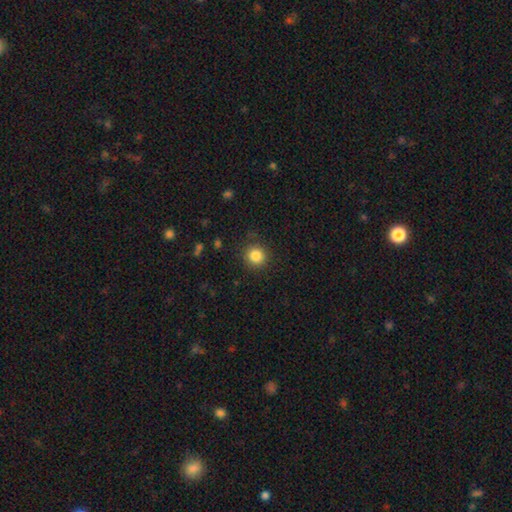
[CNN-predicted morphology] This is clearly a smooth galaxy (85%). How rounded: clearly round (92%). Merging: clearly none (89%).